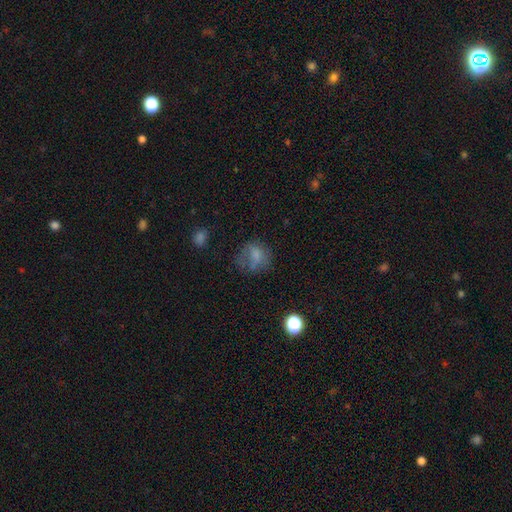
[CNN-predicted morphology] The model was most divided on "merging": none: 47%, minor disturbance: 25%, major disturbance: 25%, merger: 3%. More confident: smooth or featured — smooth (67%); how rounded — round (63%).